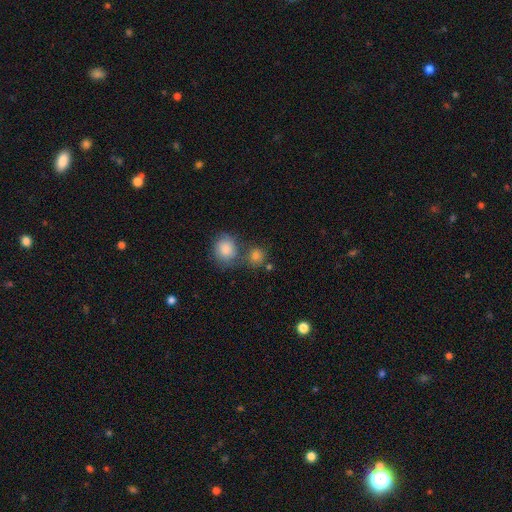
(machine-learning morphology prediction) This is clearly a smooth galaxy (80%). How rounded: clearly round (83%). Merging: possibly none (52%).